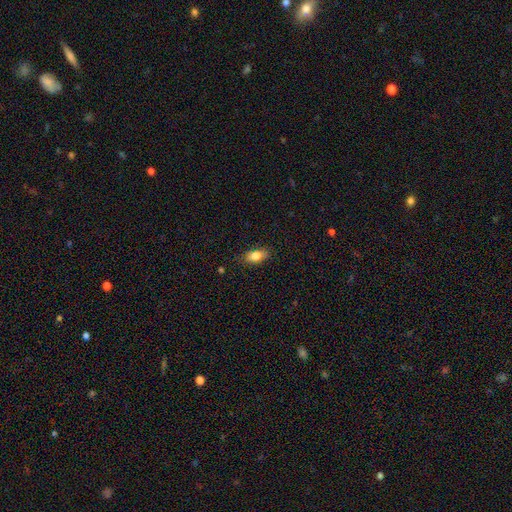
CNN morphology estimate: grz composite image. It shows a smooth galaxy with no disk features (80%) that is in between round and cigar-shaped (85%). Merging: none (84%).